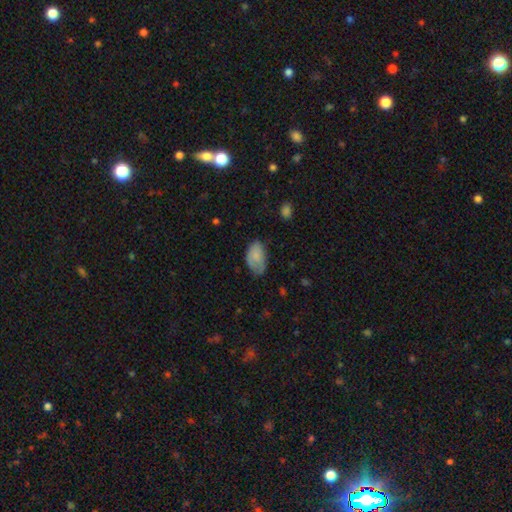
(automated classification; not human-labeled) Morphology: type=smooth (78%); roundness=in between (93%); merging=none (55%).